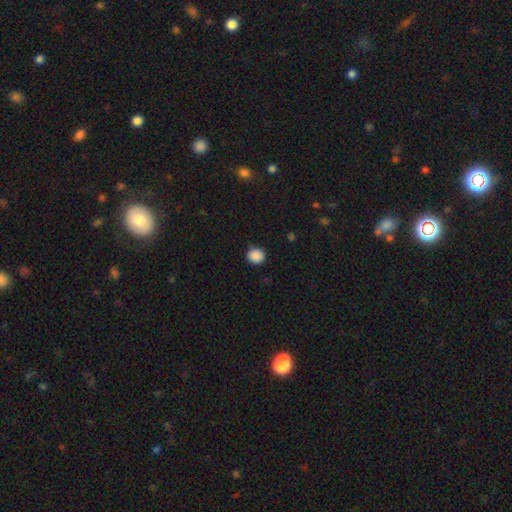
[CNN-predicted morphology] A smooth galaxy with no disk features (88%) that is round (90%).

Vote fractions:
- Smooth or featured? smooth: 88% / star or artifact: 9% / featured or disk: 2%
- How rounded? round: 90% / in between: 9% / cigar-shaped: 1%
- Merging? none: 89% / minor disturbance: 7% / major disturbance: 2% / merger: 1%